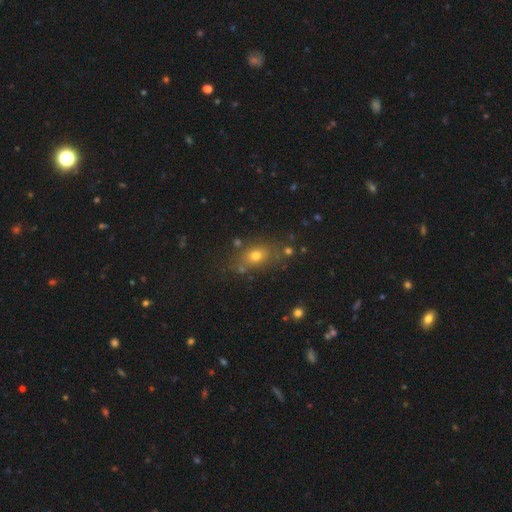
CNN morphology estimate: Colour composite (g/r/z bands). It shows a smooth galaxy with no disk features (70%) that is in between round and cigar-shaped (59%). Merging: none (73%).